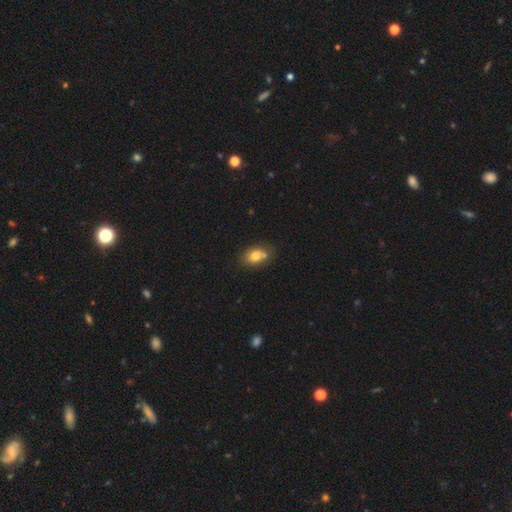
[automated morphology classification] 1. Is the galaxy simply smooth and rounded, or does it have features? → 77% smooth, 14% featured or disk, 9% star or artifact.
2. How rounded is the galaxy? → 76% in between, 22% round, 1% cigar-shaped.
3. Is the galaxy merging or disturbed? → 58% none, 22% merger, 16% minor disturbance, 4% major disturbance.